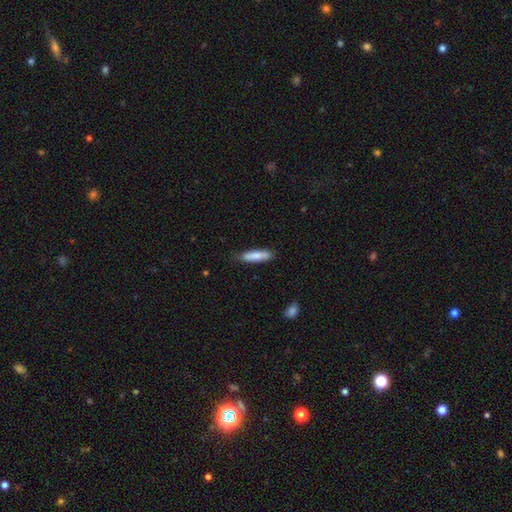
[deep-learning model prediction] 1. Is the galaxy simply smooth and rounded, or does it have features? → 78% smooth, 16% featured or disk, 6% star or artifact.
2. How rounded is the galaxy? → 74% cigar-shaped, 25% in between, 2% round.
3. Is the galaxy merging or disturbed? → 80% none, 16% minor disturbance, 3% major disturbance, 2% merger.